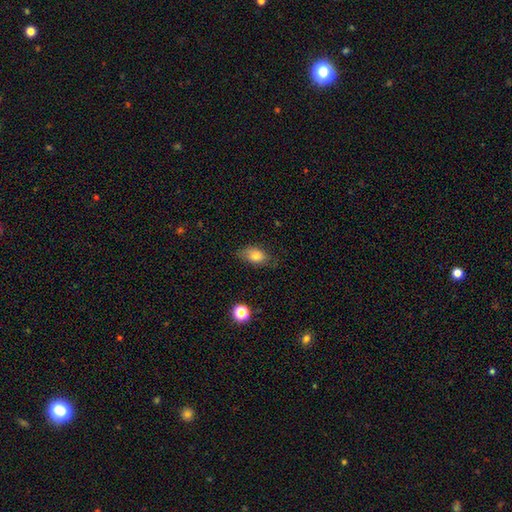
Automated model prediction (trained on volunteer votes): Smooth or featured?
  - smooth: 80% *
  - featured or disk: 11%
  - star or artifact: 9%
How rounded?
  - in between: 84% *
  - round: 13%
  - cigar-shaped: 3%
Merging?
  - none: 69% *
  - minor disturbance: 23%
  - major disturbance: 6%
  - merger: 1%